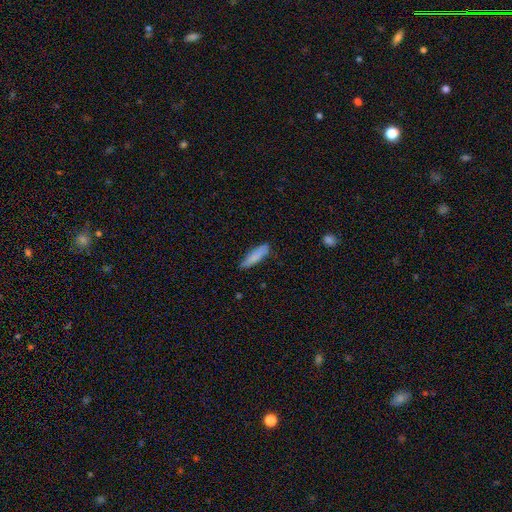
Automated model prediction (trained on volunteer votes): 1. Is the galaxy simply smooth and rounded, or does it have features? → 82% smooth, 11% featured or disk, 6% star or artifact.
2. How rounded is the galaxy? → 69% cigar-shaped, 30% in between, 1% round.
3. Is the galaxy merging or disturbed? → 72% none, 23% minor disturbance, 4% major disturbance, 2% merger.